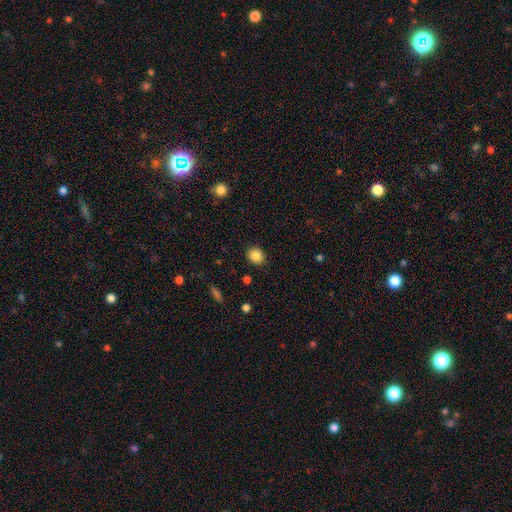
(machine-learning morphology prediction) A smooth galaxy with no disk features (86%) that is round (77%). Merging: none (89%).